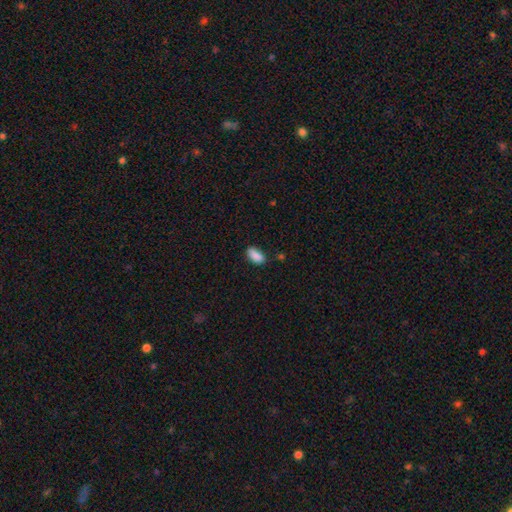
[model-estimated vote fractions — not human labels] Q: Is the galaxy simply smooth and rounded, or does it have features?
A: smooth — 88%.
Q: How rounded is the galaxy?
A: in between — 90%.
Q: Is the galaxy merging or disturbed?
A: none — 71%.